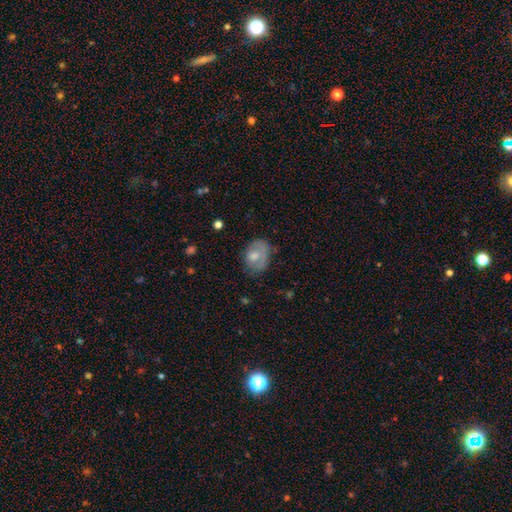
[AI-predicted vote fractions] Smooth or featured: smooth — 62% (featured or disk — 30%)
How rounded: in between — 62% (round — 37%)
Merging: none — 51% (minor disturbance — 30%)